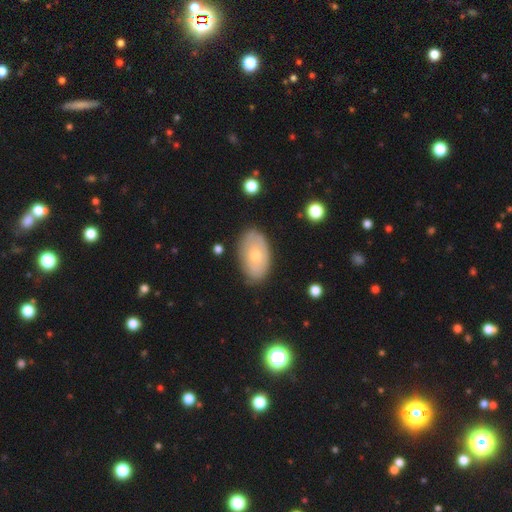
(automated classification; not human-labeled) Smooth or featured: smooth — 55% (featured or disk — 39%)
How rounded: in between — 92% (round — 6%)
Merging: none — 78% (minor disturbance — 16%)